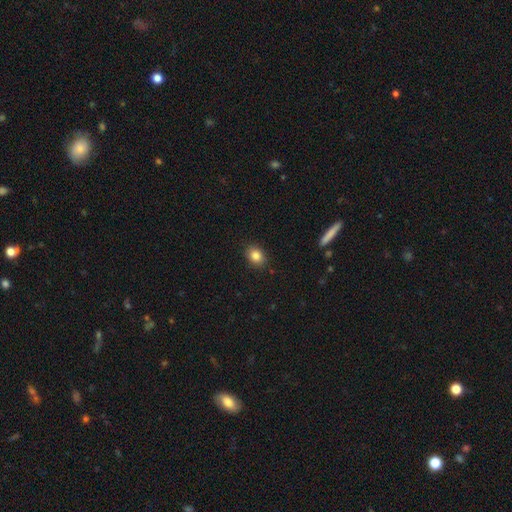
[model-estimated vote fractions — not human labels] Q: Smooth or featured?
A: smooth (84%); runner-up: star or artifact (9%)
Q: How rounded?
A: in between (59%); runner-up: round (40%)
Q: Merging?
A: none (88%); runner-up: minor disturbance (9%)